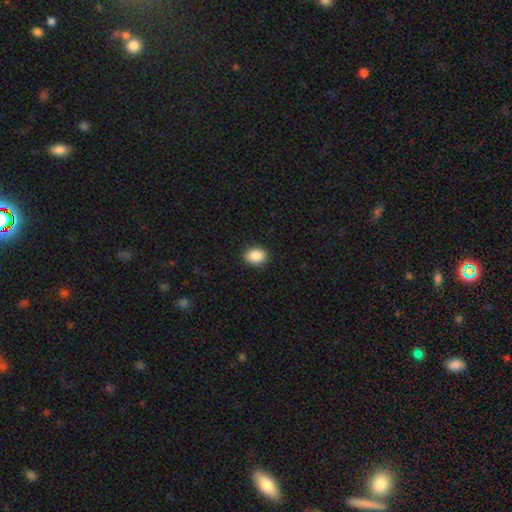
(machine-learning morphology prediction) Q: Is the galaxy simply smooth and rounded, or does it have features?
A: smooth — 89%.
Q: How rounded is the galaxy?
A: in between — 72%.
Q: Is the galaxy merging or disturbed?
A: none — 89%.